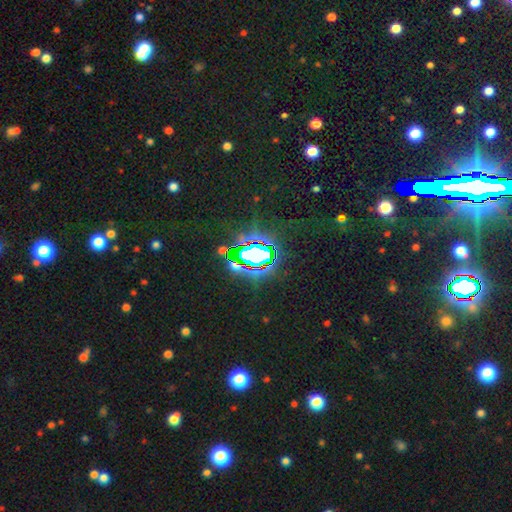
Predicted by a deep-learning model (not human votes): Morphology: type=star or artifact (75%).